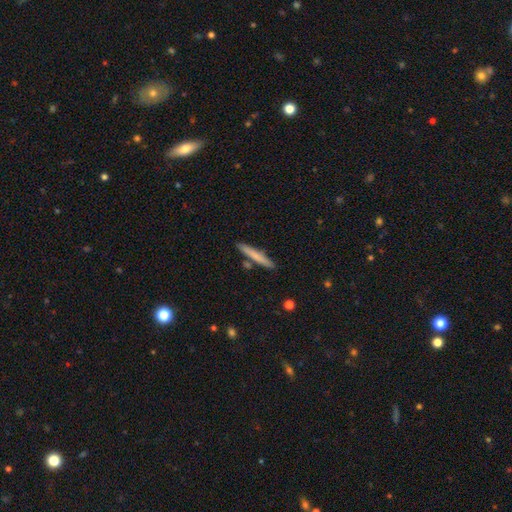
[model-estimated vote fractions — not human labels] This appears to be a smooth galaxy with no disk features (71%) that is cigar-shaped (95%). Merging: none (85%).